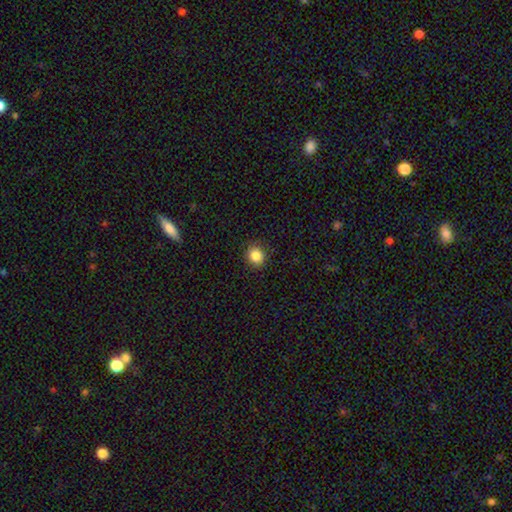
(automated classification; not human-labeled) Smooth or featured? Predicted: smooth (p=0.86). How rounded? Predicted: round (p=0.82). Merging? Predicted: none (p=0.89).